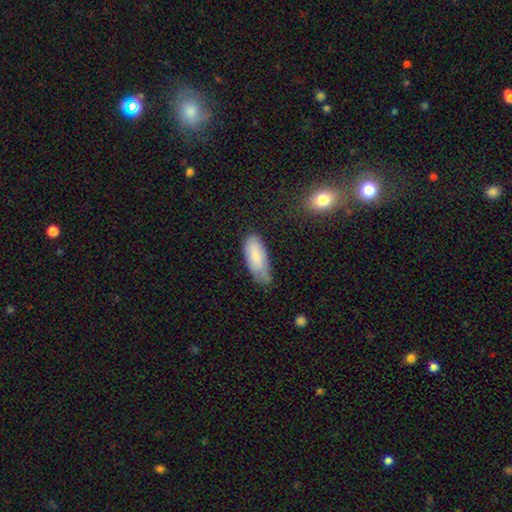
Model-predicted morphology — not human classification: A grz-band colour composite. It shows a smooth galaxy with no disk features (79%) that is in between round and cigar-shaped (82%). Merging: none (52%).